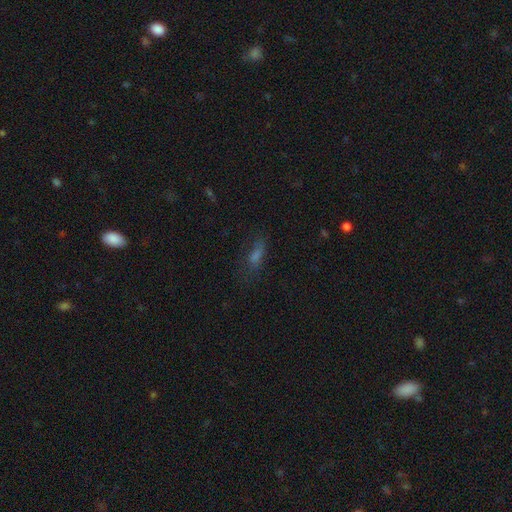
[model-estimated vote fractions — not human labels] Smooth or featured? smooth (52%)
How rounded? in between (55%)
Merging? none (63%)